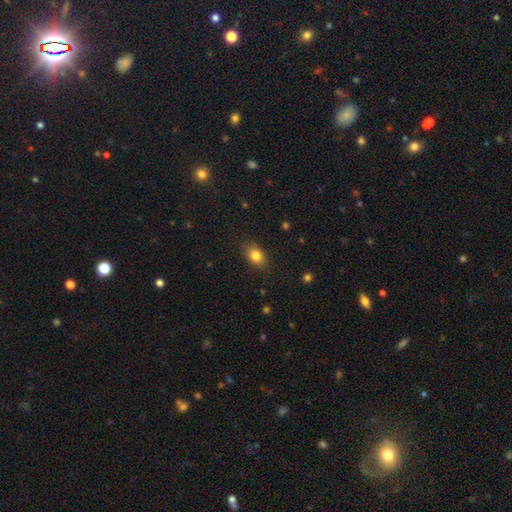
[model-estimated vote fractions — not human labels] The model was most divided on "how rounded": in between: 75%, round: 24%, cigar-shaped: 2%. More confident: merging — none (85%); smooth or featured — smooth (83%).